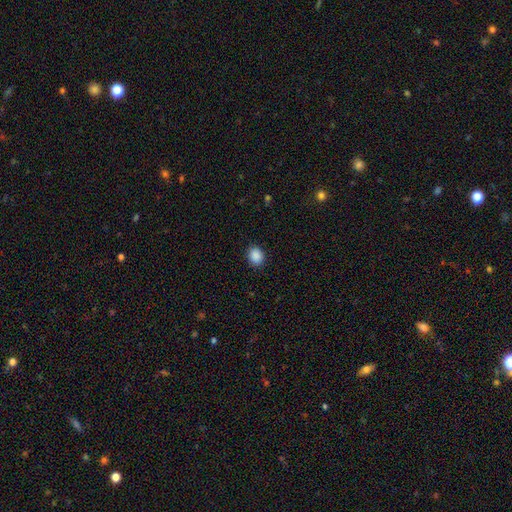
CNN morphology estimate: Q: Smooth or featured?
A: smooth (89%); runner-up: star or artifact (9%)
Q: How rounded?
A: in between (51%); runner-up: round (48%)
Q: Merging?
A: none (89%); runner-up: minor disturbance (8%)